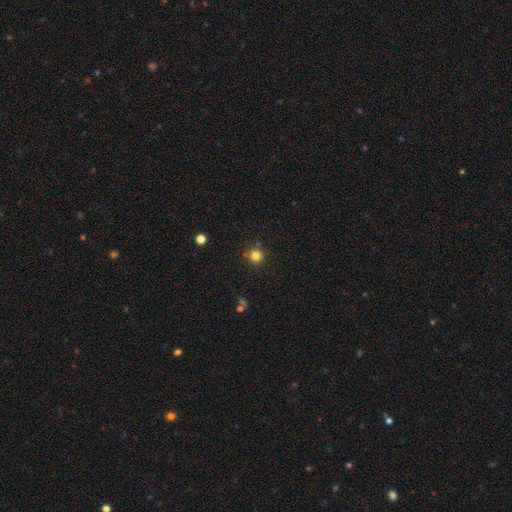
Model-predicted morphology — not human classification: This is clearly a smooth galaxy (81%). How rounded: clearly round (94%). Merging: clearly none (86%).